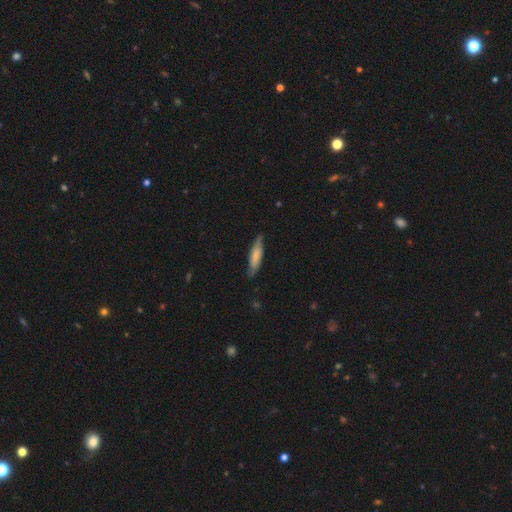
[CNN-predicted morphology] This is likely a smooth galaxy (68%). How rounded: likely cigar-shaped (73%). Merging: likely none (78%).